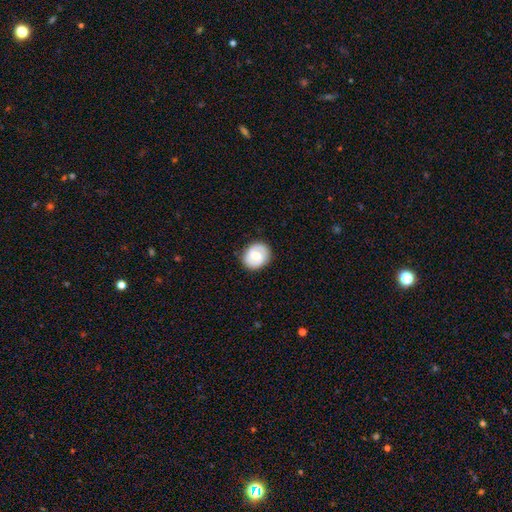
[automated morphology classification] This is possibly a smooth galaxy (47%). Merging: clearly none (85%).